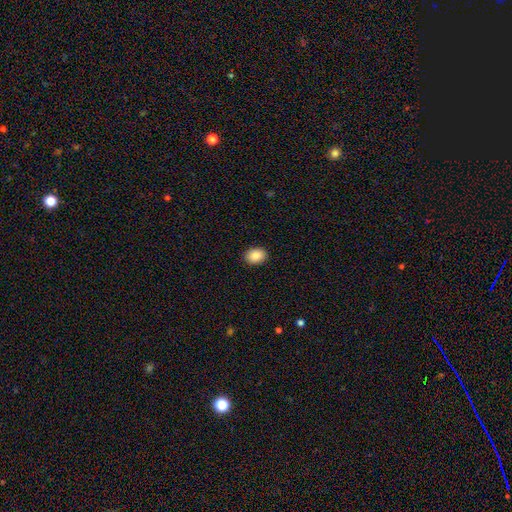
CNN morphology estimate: Smooth or featured? Predicted: smooth (p=0.86). How rounded? Predicted: in between (p=0.67). Merging? Predicted: none (p=0.91).